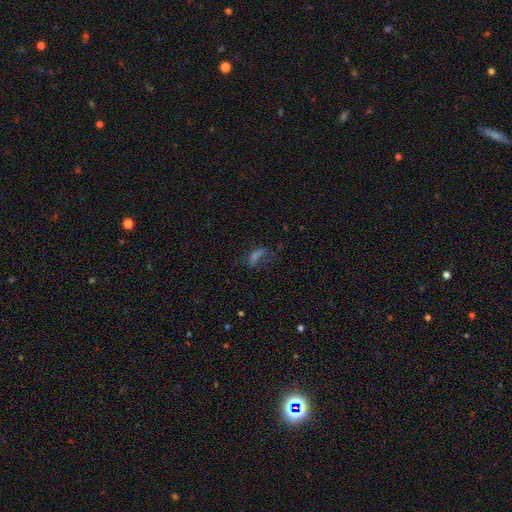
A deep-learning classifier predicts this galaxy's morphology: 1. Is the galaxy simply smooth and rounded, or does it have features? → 43% smooth, 29% star or artifact, 28% featured or disk.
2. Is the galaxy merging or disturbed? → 48% none, 26% major disturbance, 22% minor disturbance, 3% merger.